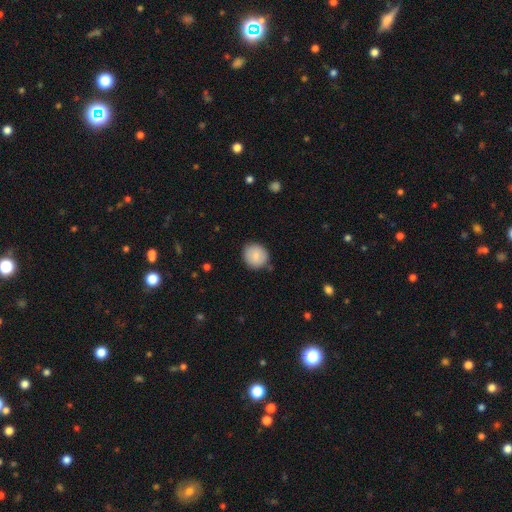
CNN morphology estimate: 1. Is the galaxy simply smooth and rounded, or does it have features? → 85% smooth, 8% featured or disk, 7% star or artifact.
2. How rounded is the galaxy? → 84% round, 15% in between, 1% cigar-shaped.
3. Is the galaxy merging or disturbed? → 81% none, 14% minor disturbance, 3% major disturbance, 2% merger.